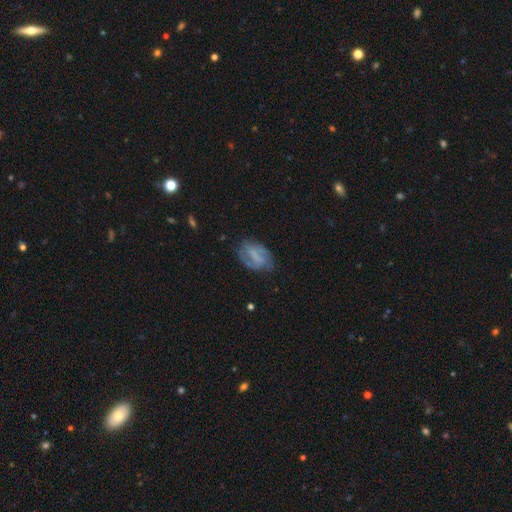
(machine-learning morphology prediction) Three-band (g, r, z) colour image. It shows a featured or disk galaxy (61%) with a strong bar (41%), spiral arms (73%) and no central bulge (61%). Merging: none (62%).